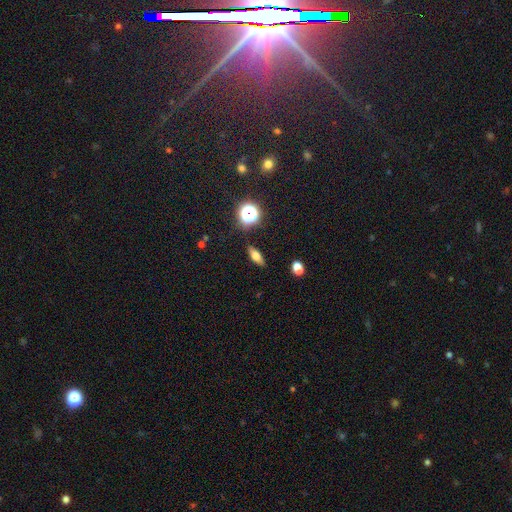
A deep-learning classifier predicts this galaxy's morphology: Smooth or featured? smooth (60%)
How rounded? in between (58%)
Merging? none (87%)